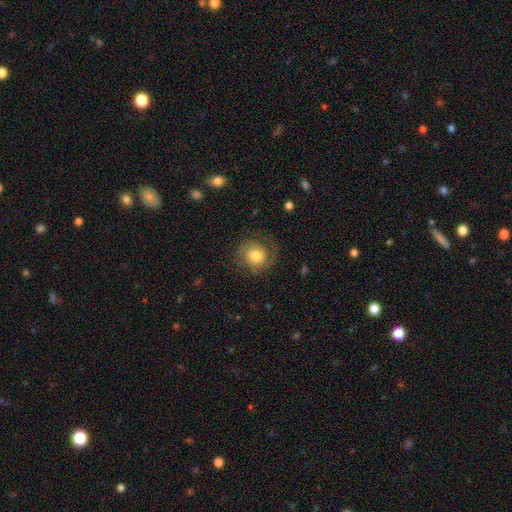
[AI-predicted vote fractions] Smooth or featured? smooth (59%)
How rounded? round (78%)
Merging? none (66%)